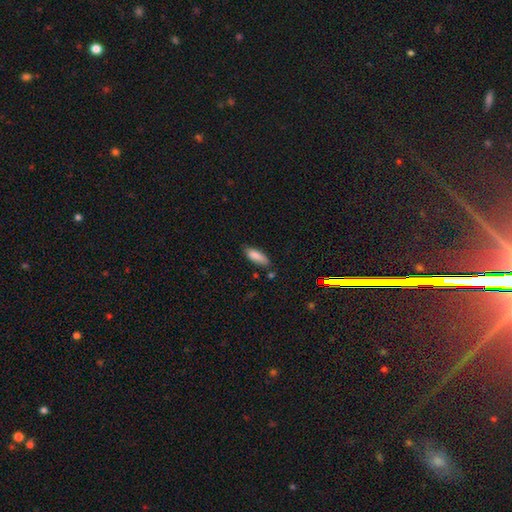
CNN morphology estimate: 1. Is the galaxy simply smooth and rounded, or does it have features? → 85% smooth, 7% star or artifact, 7% featured or disk.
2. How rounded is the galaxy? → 66% in between, 33% cigar-shaped, 2% round.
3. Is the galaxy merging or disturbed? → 70% none, 22% minor disturbance, 4% merger, 4% major disturbance.